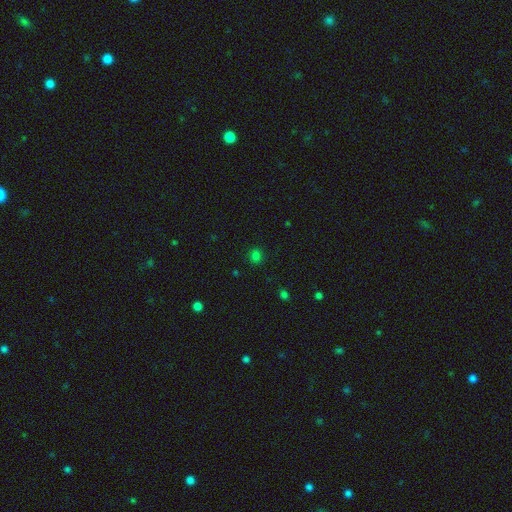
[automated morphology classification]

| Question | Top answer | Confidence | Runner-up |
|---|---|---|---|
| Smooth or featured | smooth | 76% | star or artifact (21%) |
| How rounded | round | 68% | in between (31%) |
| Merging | none | 86% | minor disturbance (9%) |